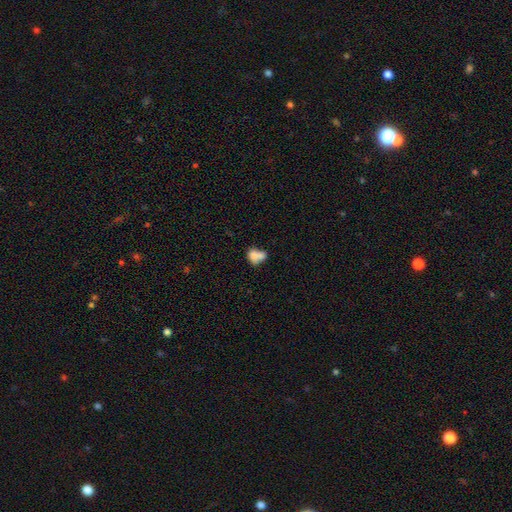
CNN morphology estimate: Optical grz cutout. It shows a smooth galaxy with no disk features (71%) that is in between round and cigar-shaped (59%). Merging: merger (59%).